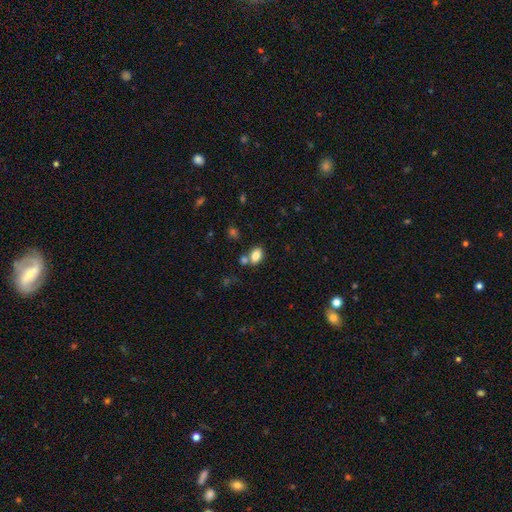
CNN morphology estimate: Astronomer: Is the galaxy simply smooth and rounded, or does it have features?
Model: smooth — 83%.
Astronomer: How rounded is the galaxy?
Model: in between — 86%.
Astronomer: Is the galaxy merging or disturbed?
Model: none — 62%.